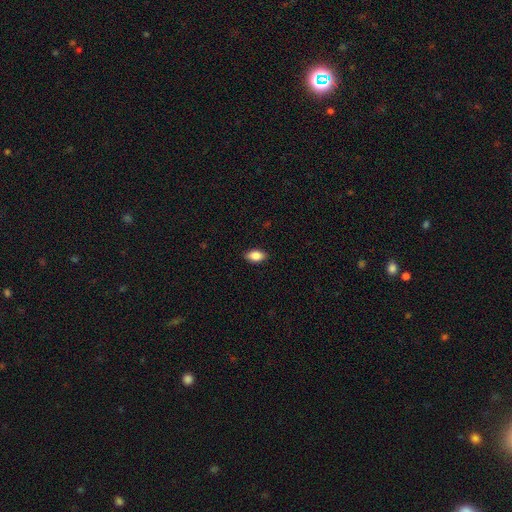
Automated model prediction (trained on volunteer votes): Smooth or featured? smooth (87%)
How rounded? in between (91%)
Merging? none (88%)